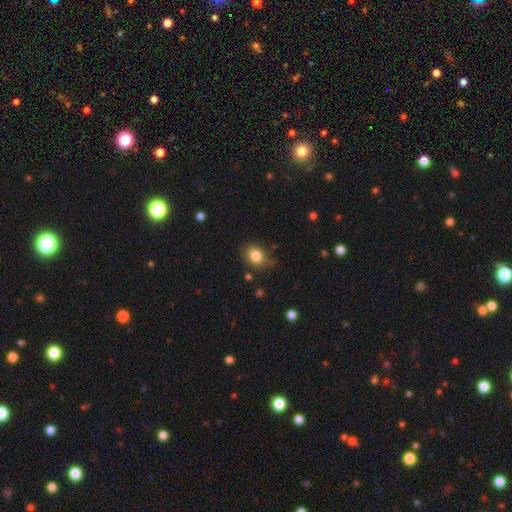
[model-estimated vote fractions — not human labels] Smooth or featured: smooth — 83% (star or artifact — 9%)
How rounded: in between — 65% (round — 33%)
Merging: none — 73% (minor disturbance — 20%)